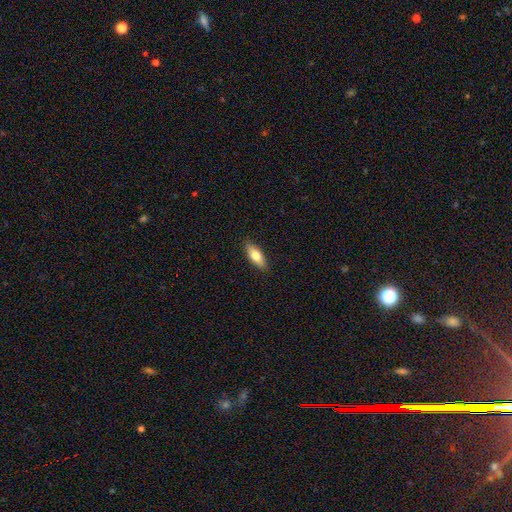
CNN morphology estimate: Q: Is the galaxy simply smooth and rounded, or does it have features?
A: smooth — 73%.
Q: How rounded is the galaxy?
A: in between — 73%.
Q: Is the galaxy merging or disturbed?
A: none — 88%.